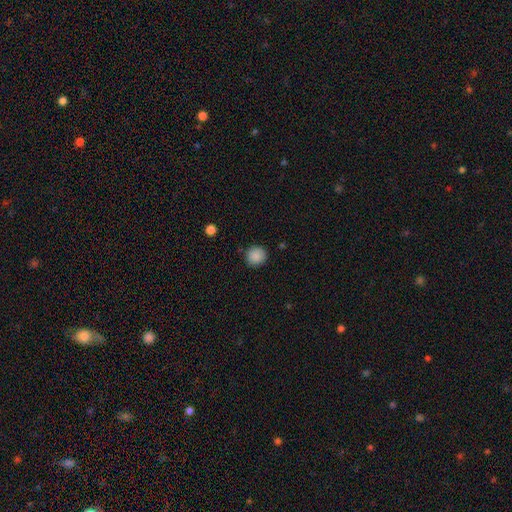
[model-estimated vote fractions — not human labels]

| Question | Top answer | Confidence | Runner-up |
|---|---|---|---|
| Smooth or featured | smooth | 88% | star or artifact (9%) |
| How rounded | round | 91% | in between (8%) |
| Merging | none | 88% | minor disturbance (8%) |